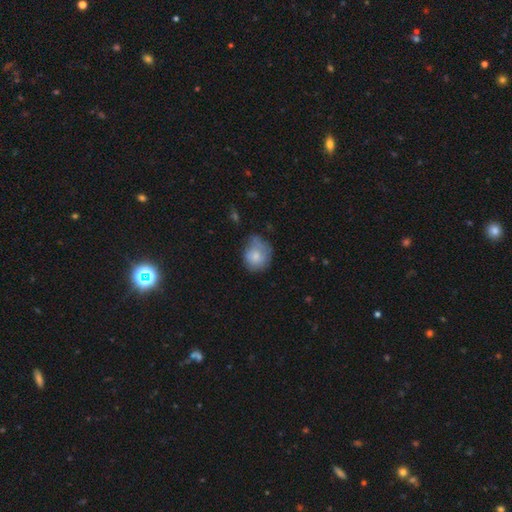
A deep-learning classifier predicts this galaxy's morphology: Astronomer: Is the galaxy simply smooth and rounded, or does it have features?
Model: smooth — 73%.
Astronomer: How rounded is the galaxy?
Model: round — 66%.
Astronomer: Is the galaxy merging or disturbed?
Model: none — 41% (runner-up: minor disturbance, 38%).